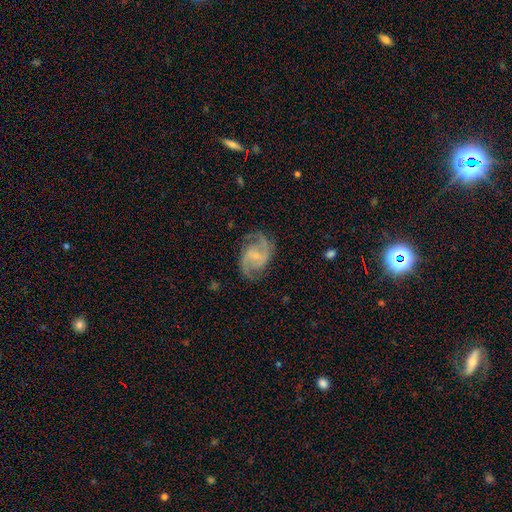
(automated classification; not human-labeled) The model was most divided on "bar": weak: 53%, no: 32%, strong: 15%. More confident: edge-on disk — no (98%); spiral arms — yes (97%); smooth or featured — featured or disk (89%); spiral arm count — 2 (88%); merging — none (76%); bulge size — small (60%); spiral winding — medium (56%).